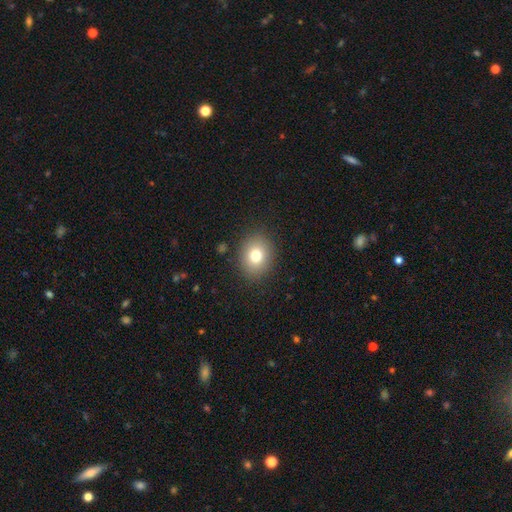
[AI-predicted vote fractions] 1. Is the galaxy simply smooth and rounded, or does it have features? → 77% smooth, 12% star or artifact, 11% featured or disk.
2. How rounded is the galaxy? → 62% round, 37% in between, 1% cigar-shaped.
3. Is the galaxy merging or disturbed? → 88% none, 8% minor disturbance, 3% major disturbance, 1% merger.